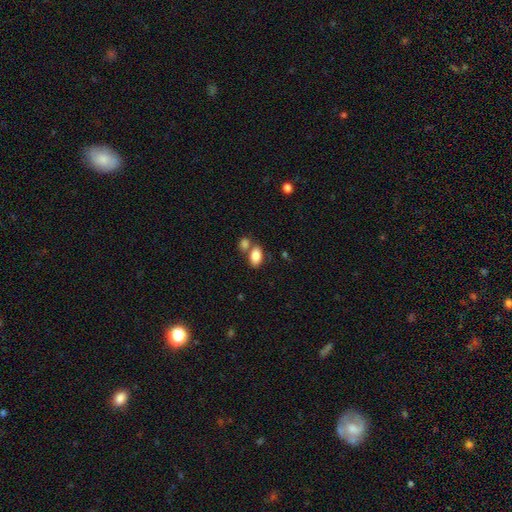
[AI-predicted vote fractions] Smooth or featured?
  - smooth: 85% *
  - star or artifact: 8%
  - featured or disk: 7%
How rounded?
  - in between: 91% *
  - round: 7%
  - cigar-shaped: 2%
Merging?
  - none: 50% *
  - merger: 36%
  - minor disturbance: 11%
  - major disturbance: 4%